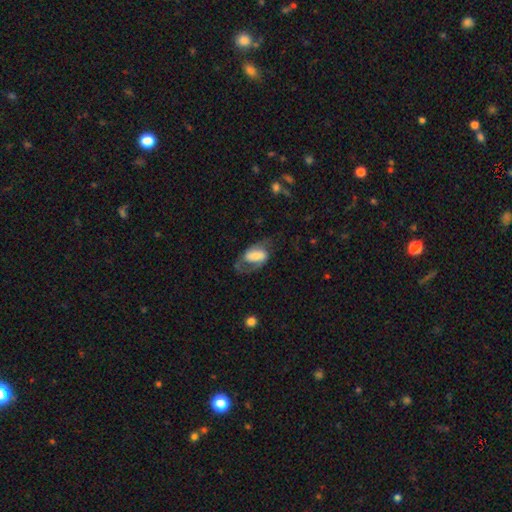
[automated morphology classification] Smooth or featured: featured or disk — 63% (smooth — 31%)
Edge-on disk: no — 95% (yes — 5%)
Bar: strong — 41% (weak — 36%)
Spiral arms: yes — 83% (no — 17%)
Bulge size: moderate — 28% (tied with small — 28%)
Merging: none — 54% (major disturbance — 23%)